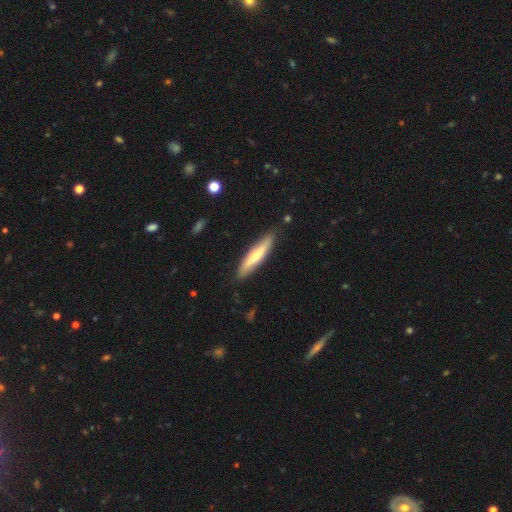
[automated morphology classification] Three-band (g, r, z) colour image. It shows a smooth galaxy with no disk features (52%) that is cigar-shaped (83%). Merging: none (86%).